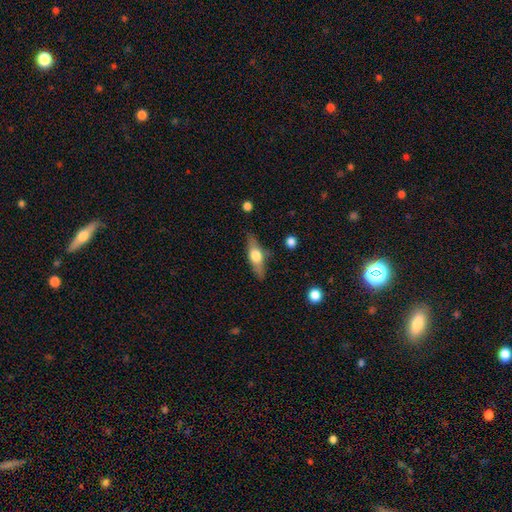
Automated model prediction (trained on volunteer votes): smooth_or_featured: featured or disk (p=0.48) [alt: smooth p=0.46]
merging: none (p=0.78) [alt: minor disturbance p=0.16]